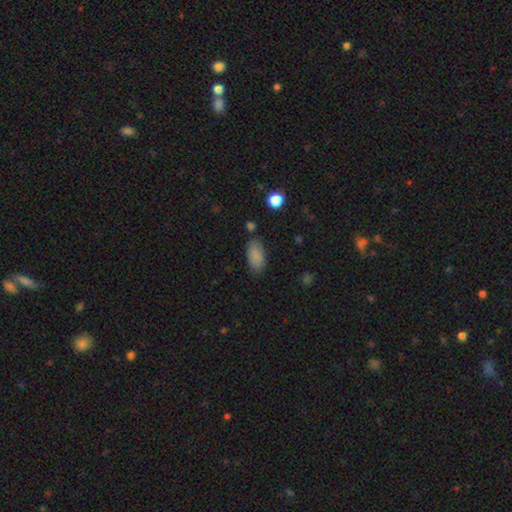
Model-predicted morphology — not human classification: smooth_or_featured: smooth (p=0.87) [alt: star or artifact p=0.08]
how_rounded: in between (p=0.90) [alt: cigar-shaped p=0.07]
merging: none (p=0.78) [alt: minor disturbance p=0.15]